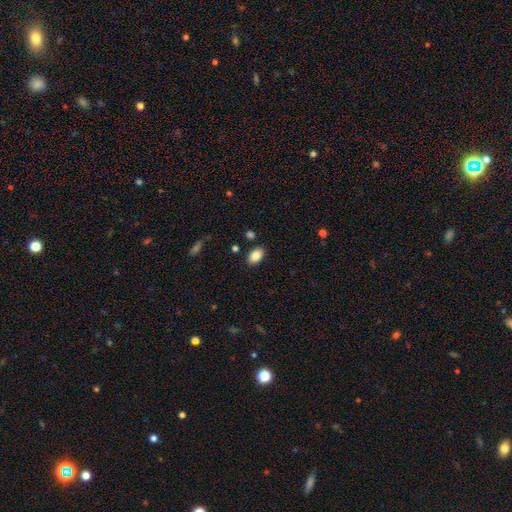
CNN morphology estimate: A smooth galaxy with no disk features (85%) that is in between round and cigar-shaped (90%).

Vote fractions:
- Smooth or featured? smooth: 85% / star or artifact: 8% / featured or disk: 7%
- How rounded? in between: 90% / round: 8% / cigar-shaped: 2%
- Merging? none: 86% / minor disturbance: 9% / major disturbance: 2% / merger: 2%